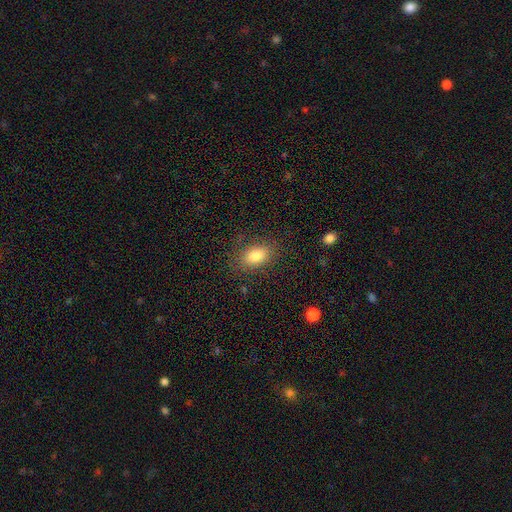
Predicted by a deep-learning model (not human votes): Smooth or featured? Predicted: smooth (p=0.83). How rounded? Predicted: in between (p=0.86). Merging? Predicted: none (p=0.83).